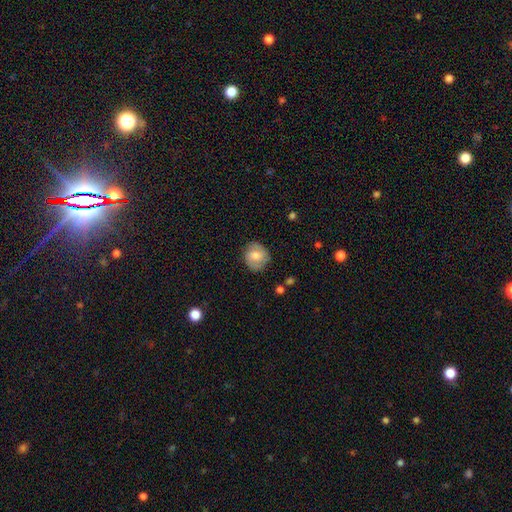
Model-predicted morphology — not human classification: The model was most divided on "smooth or featured": smooth: 64%, featured or disk: 28%, star or artifact: 7%. More confident: how rounded — round (81%); merging — none (80%).